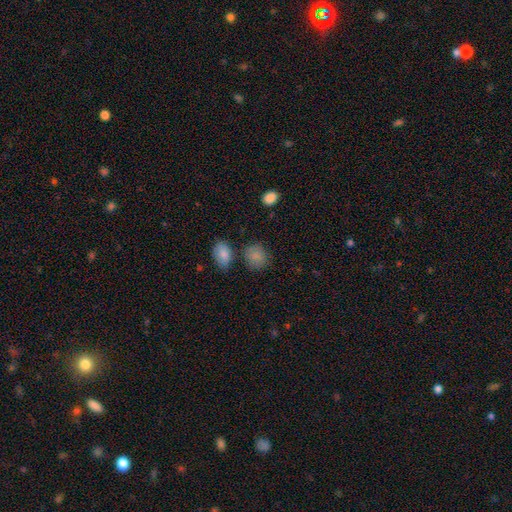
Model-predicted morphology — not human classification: A smooth galaxy with no disk features (85%) that is round (67%). Merging: none (71%).